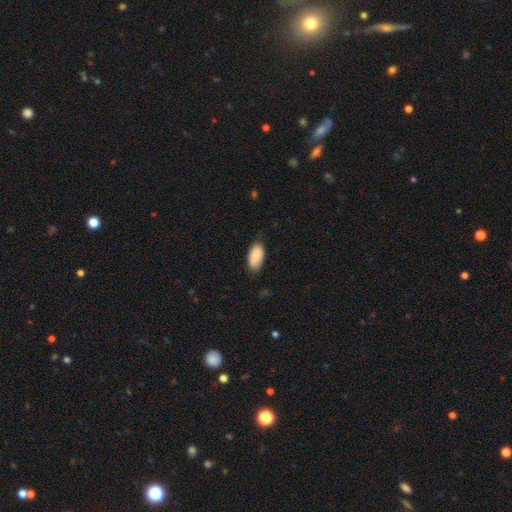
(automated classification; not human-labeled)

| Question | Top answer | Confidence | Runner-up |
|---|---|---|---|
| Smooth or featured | smooth | 87% | featured or disk (7%) |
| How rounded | in between | 94% | cigar-shaped (3%) |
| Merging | none | 73% | minor disturbance (23%) |